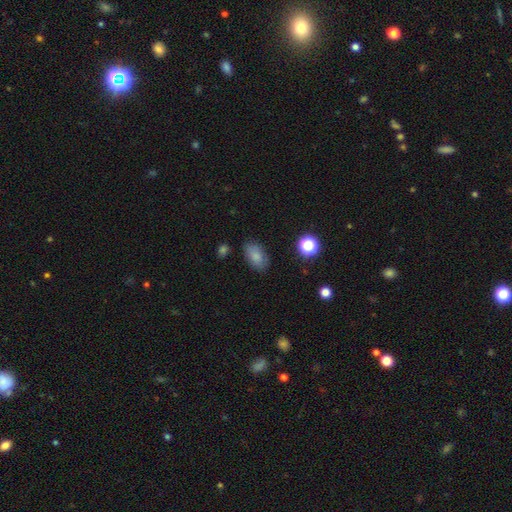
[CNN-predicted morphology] Overall: smooth (81%). How rounded: in between (91%). Merging: none (80%).